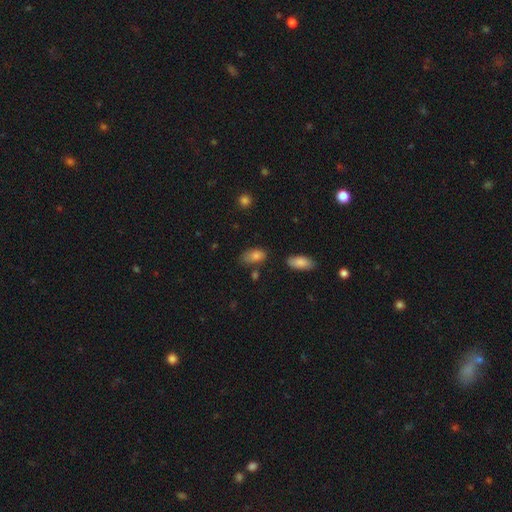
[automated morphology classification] Q: Smooth or featured?
A: smooth (82%); runner-up: star or artifact (9%)
Q: How rounded?
A: in between (91%); runner-up: round (5%)
Q: Merging?
A: none (58%); runner-up: minor disturbance (28%)